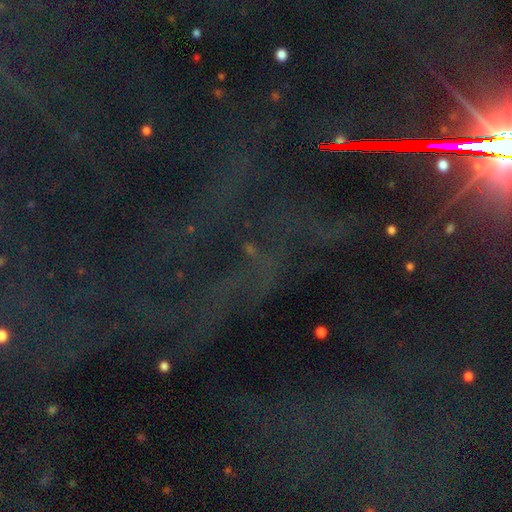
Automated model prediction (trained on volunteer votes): The model was most divided on "smooth or featured": star or artifact: 84%, featured or disk: 9%, smooth: 7%.